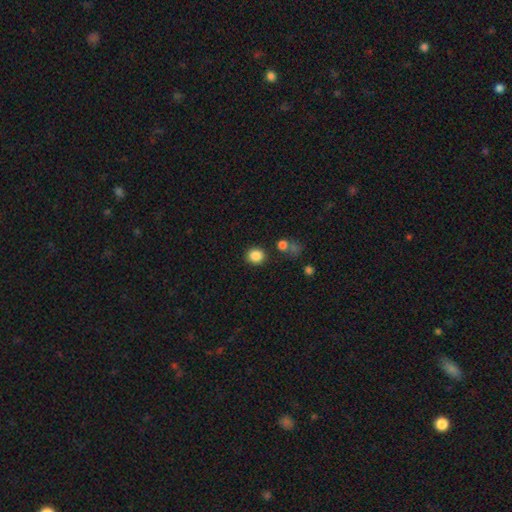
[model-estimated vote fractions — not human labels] Smooth or featured?
  - smooth: 86% *
  - star or artifact: 10%
  - featured or disk: 4%
How rounded?
  - round: 78% *
  - in between: 21%
  - cigar-shaped: 1%
Merging?
  - none: 85% *
  - minor disturbance: 8%
  - merger: 4%
  - major disturbance: 3%